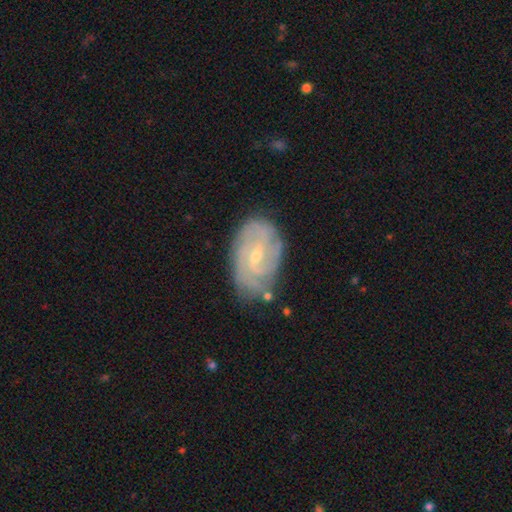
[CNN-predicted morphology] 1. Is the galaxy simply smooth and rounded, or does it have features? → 82% featured or disk, 12% smooth, 6% star or artifact.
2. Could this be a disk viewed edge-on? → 96% no, 4% yes.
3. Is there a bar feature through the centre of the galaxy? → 49% weak, 40% no, 11% strong.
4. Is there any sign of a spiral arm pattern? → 94% yes, 6% no.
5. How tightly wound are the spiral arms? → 60% tight, 32% medium, 8% loose.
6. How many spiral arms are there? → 29% can't tell, 27% 2, 22% 3, 12% 4, 5% more than 4, 5% 1.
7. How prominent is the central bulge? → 66% small, 31% moderate, 1% none, 1% large, 1% dominant.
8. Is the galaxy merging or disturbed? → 72% none, 20% minor disturbance, 5% major disturbance, 2% merger.